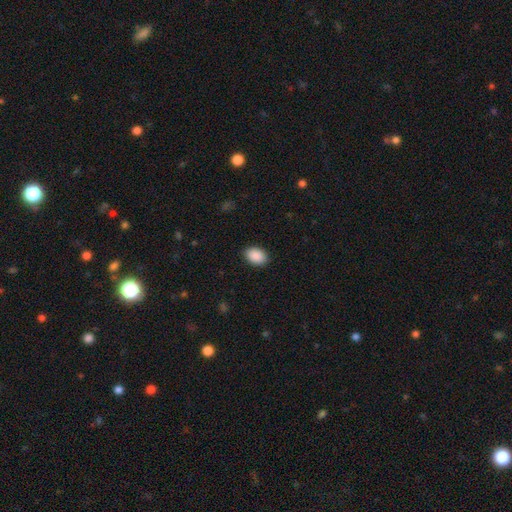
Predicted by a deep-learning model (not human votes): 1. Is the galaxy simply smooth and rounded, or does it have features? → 91% smooth, 7% star or artifact, 2% featured or disk.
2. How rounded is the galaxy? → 87% in between, 12% round, 1% cigar-shaped.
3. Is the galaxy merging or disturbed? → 89% none, 8% minor disturbance, 2% major disturbance, 1% merger.